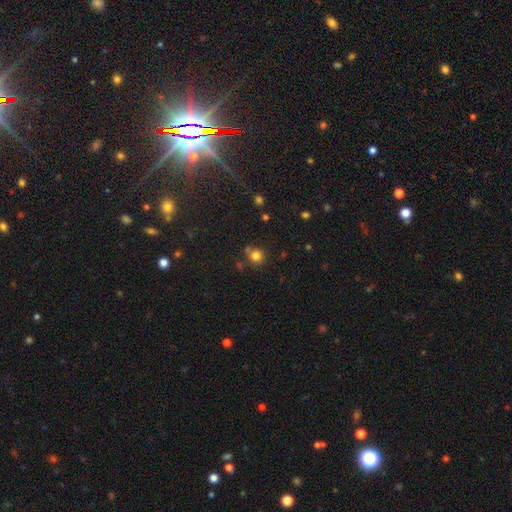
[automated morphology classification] A smooth galaxy with no disk features (79%) that is round (90%).

Vote fractions:
- Smooth or featured? smooth: 79% / star or artifact: 15% / featured or disk: 7%
- How rounded? round: 90% / in between: 9% / cigar-shaped: 1%
- Merging? none: 69% / merger: 17% / minor disturbance: 10% / major disturbance: 4%